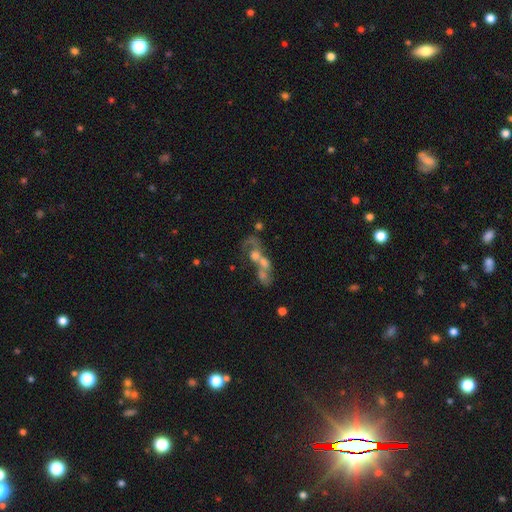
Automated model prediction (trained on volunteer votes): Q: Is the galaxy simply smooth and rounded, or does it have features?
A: featured or disk — 49%.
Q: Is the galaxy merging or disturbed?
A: merger — 68%.